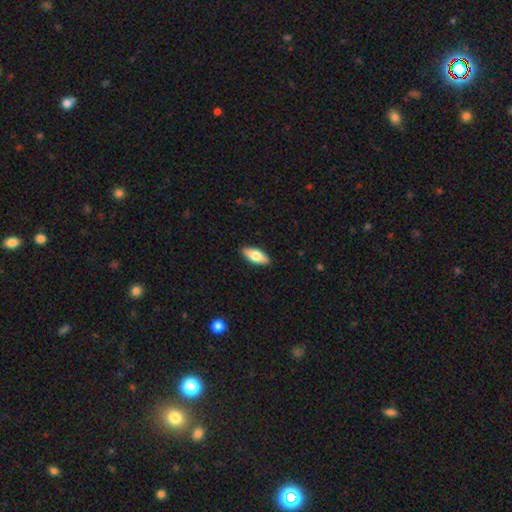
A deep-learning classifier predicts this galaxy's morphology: Smooth or featured: smooth — 70% (featured or disk — 24%)
How rounded: in between — 79% (cigar-shaped — 18%)
Merging: none — 90% (minor disturbance — 8%)